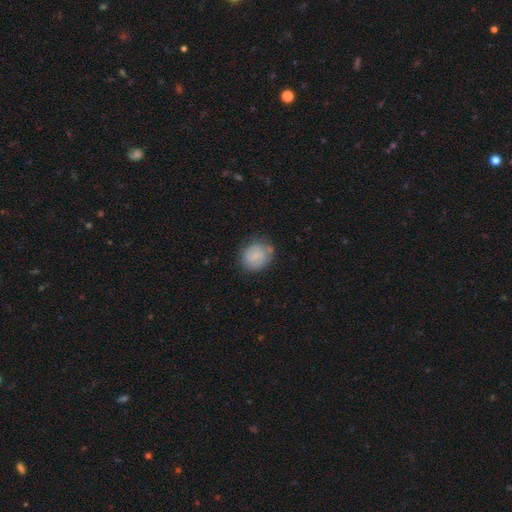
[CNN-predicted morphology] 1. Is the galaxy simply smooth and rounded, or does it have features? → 74% smooth, 18% featured or disk, 8% star or artifact.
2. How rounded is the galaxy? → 67% round, 33% in between, 1% cigar-shaped.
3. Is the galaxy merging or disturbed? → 68% none, 22% minor disturbance, 7% major disturbance, 3% merger.